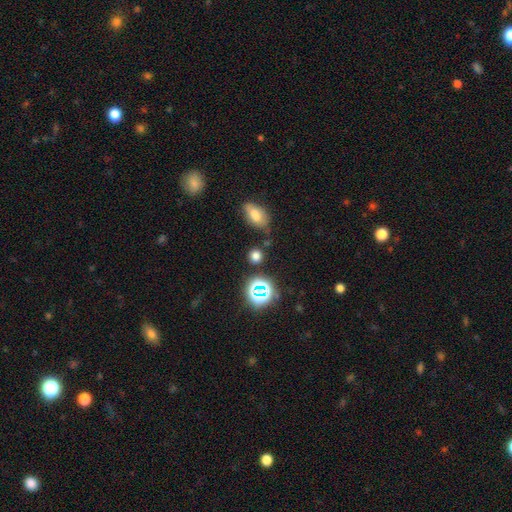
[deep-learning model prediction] Morphology: type=smooth (68%); roundness=round (79%); merging=none (77%).